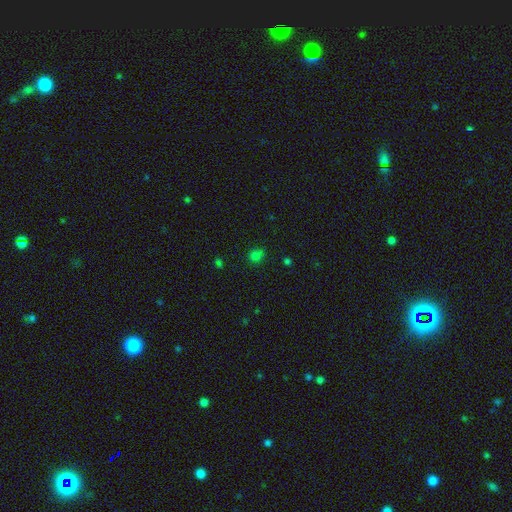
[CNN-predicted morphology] Overall: smooth (69%). How rounded: round (69%; in between 30%). Merging: none (71%).